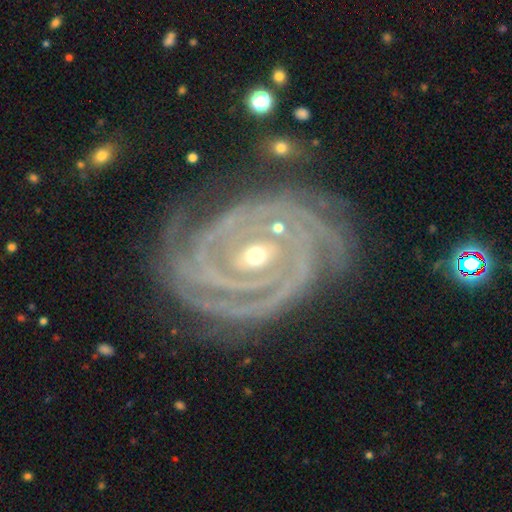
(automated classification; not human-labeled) A featured or disk galaxy (92%) with no bar (39%), 3 (28%) tight (85%) spiral arms (99%) and a small central bulge (55%). Merging: none (76%).